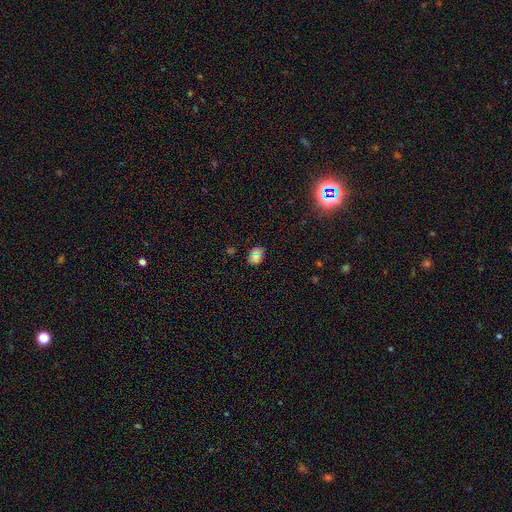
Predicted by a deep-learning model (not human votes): smooth-or-featured: smooth: 70% | star or artifact: 20% | featured or disk: 10%
  how-rounded: in between: 59% | round: 40% | cigar-shaped: 2%
  merging: none: 80% | minor disturbance: 13% | merger: 3% | major disturbance: 3%